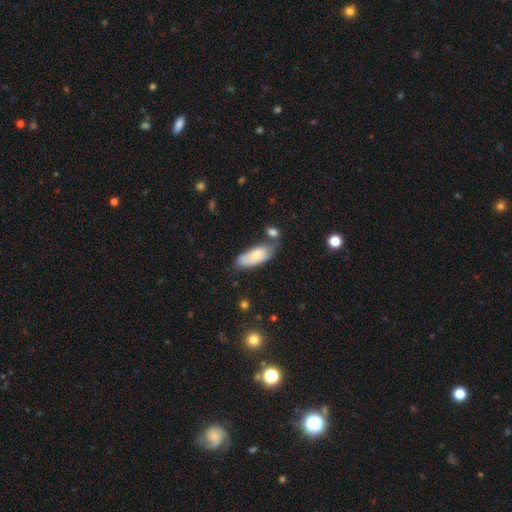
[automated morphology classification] smooth 75%, featured or disk 19%, star or artifact 6%. Down the decision tree: how rounded — in between (81%); merging — none (53%).